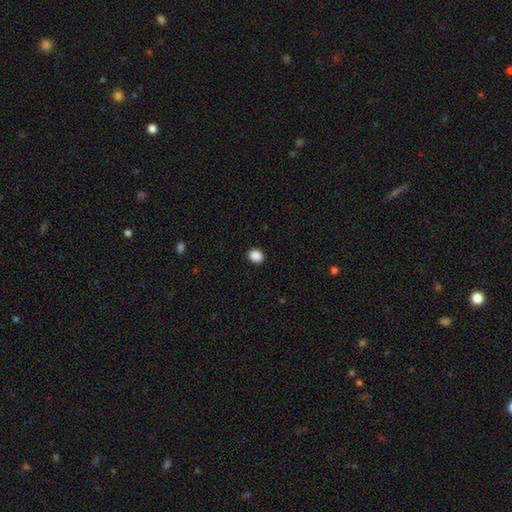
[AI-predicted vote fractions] A smooth galaxy with no disk features (89%) that is in between round and cigar-shaped (55%). Merging: none (91%).